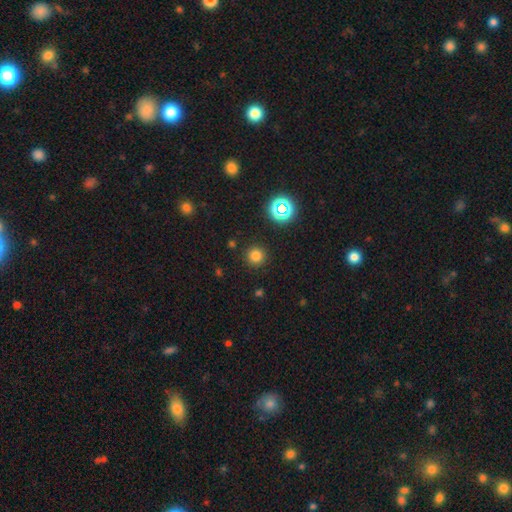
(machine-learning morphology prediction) Smooth or featured? Predicted: smooth (p=0.76). How rounded? Predicted: round (p=0.95). Merging? Predicted: none (p=0.90).